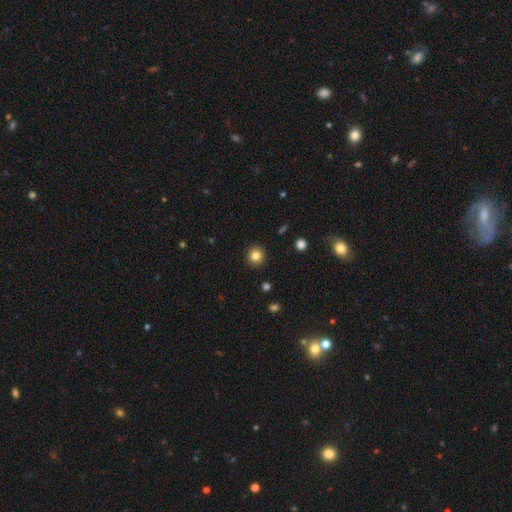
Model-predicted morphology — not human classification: Q: Smooth or featured?
A: smooth (82%); runner-up: star or artifact (11%)
Q: How rounded?
A: round (92%); runner-up: in between (7%)
Q: Merging?
A: none (92%); runner-up: minor disturbance (5%)